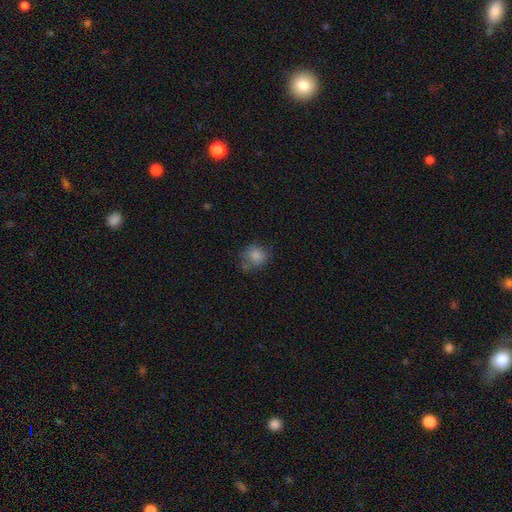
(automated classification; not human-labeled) smooth 83%, star or artifact 10%, featured or disk 7%. Down the decision tree: how rounded — round (81%); merging — none (65%).